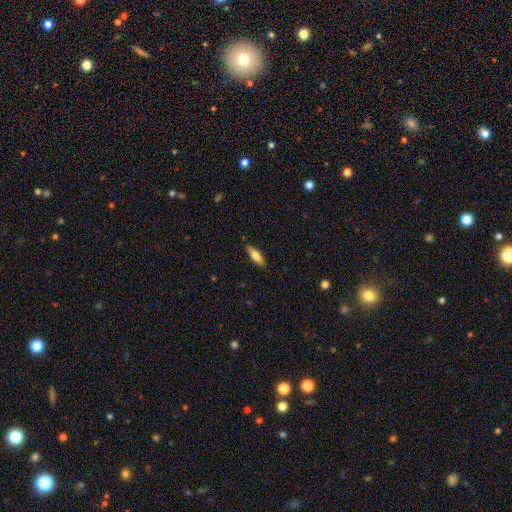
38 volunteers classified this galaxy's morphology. This is likely a smooth galaxy (68%). How rounded: likely cigar-shaped (65%). Merging: clearly none (97%).